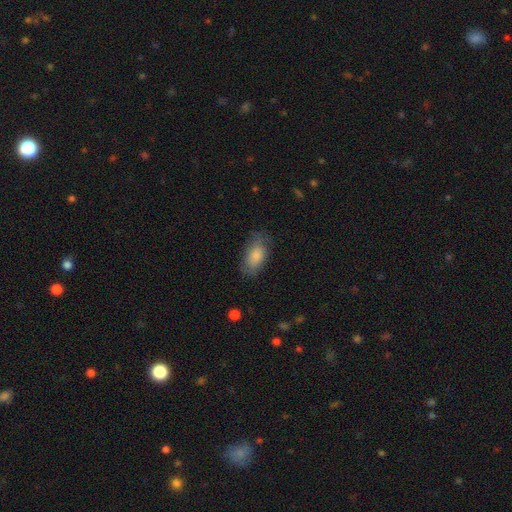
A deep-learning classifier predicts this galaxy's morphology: smooth_or_featured: smooth (p=0.81) [alt: featured or disk p=0.12]
how_rounded: in between (p=0.92) [alt: cigar-shaped p=0.04]
merging: none (p=0.69) [alt: minor disturbance p=0.22]